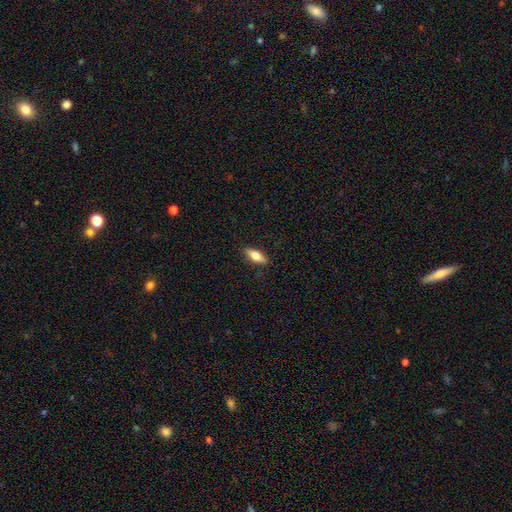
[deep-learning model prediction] A smooth galaxy with no disk features (73%) that is in between round and cigar-shaped (74%).

Vote fractions:
- Smooth or featured? smooth: 73% / featured or disk: 21% / star or artifact: 6%
- How rounded? in between: 74% / cigar-shaped: 23% / round: 3%
- Merging? none: 86% / minor disturbance: 10% / major disturbance: 2% / merger: 1%